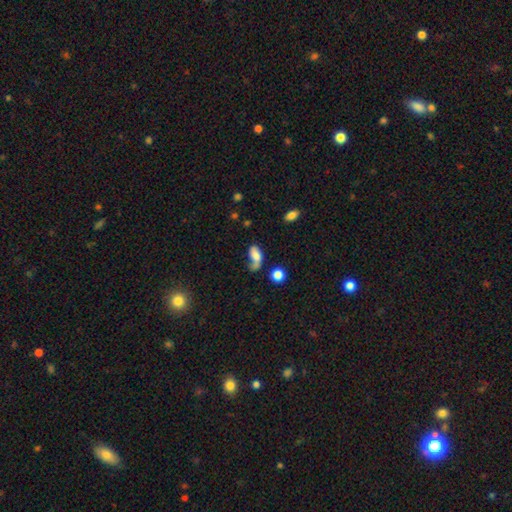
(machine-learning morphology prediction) type=smooth (66%); roundness=in between (84%); merging=major disturbance (31%).